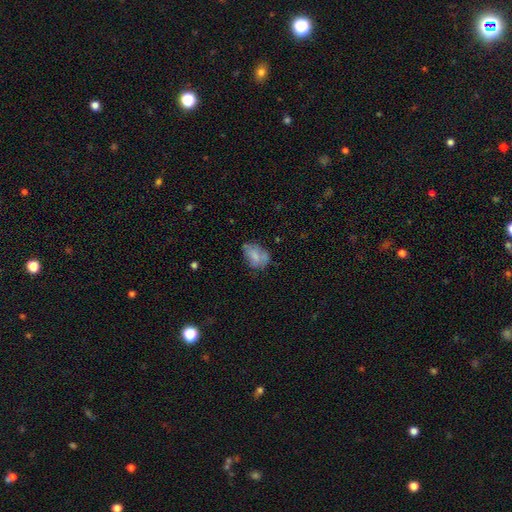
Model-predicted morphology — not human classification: Smooth or featured: smooth — 65% (featured or disk — 26%)
How rounded: in between — 75% (round — 23%)
Merging: none — 48% (minor disturbance — 30%)